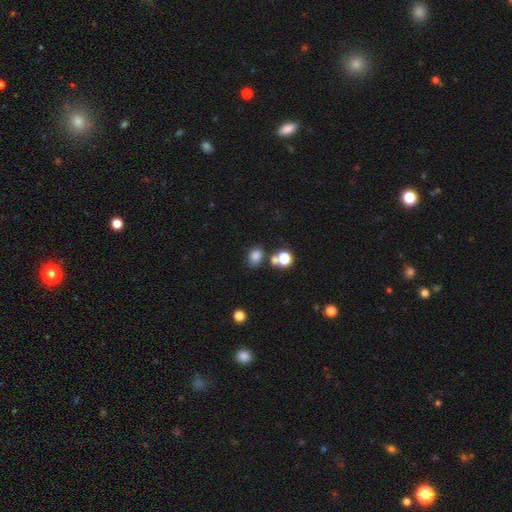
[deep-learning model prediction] smooth-or-featured: smooth: 80% | star or artifact: 14% | featured or disk: 6%
  how-rounded: in between: 53% | round: 46% | cigar-shaped: 1%
  merging: none: 66% | merger: 17% | minor disturbance: 12% | major disturbance: 5%